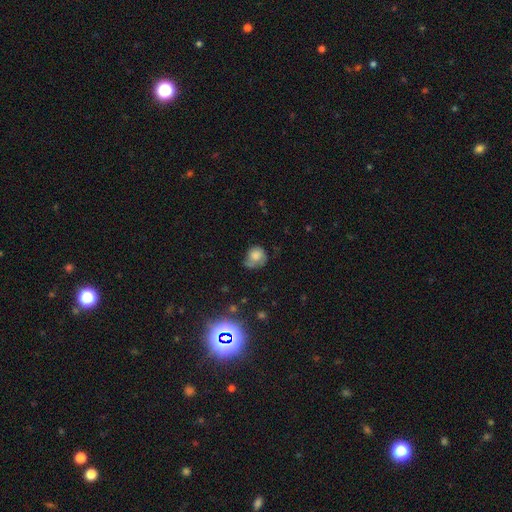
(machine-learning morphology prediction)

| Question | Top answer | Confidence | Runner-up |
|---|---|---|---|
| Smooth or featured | smooth | 68% | featured or disk (21%) |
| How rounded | round | 68% | in between (31%) |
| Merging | none | 41% | minor disturbance (35%) |